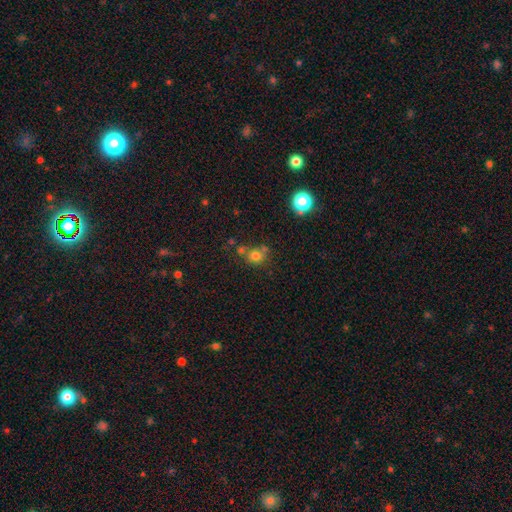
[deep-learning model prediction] Smooth or featured: smooth — 73% (star or artifact — 17%)
How rounded: round — 83% (in between — 16%)
Merging: none — 56% (merger — 25%)